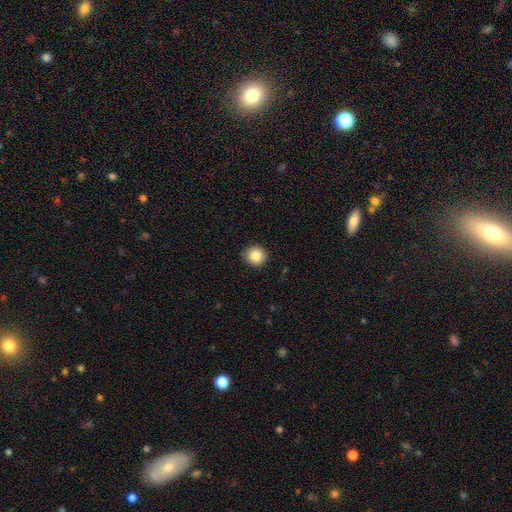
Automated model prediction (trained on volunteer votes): smooth-or-featured: smooth: 85% | star or artifact: 9% | featured or disk: 6%
  how-rounded: round: 93% | in between: 6% | cigar-shaped: 1%
  merging: none: 91% | minor disturbance: 6% | major disturbance: 2% | merger: 1%